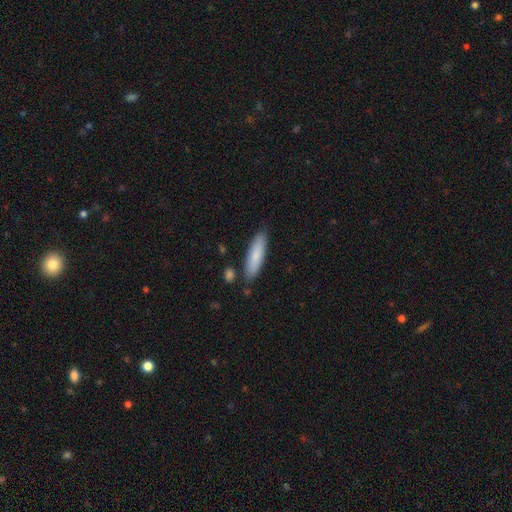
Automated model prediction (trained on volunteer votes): Morphology: type=smooth (79%); roundness=cigar-shaped (70%); merging=none (83%).